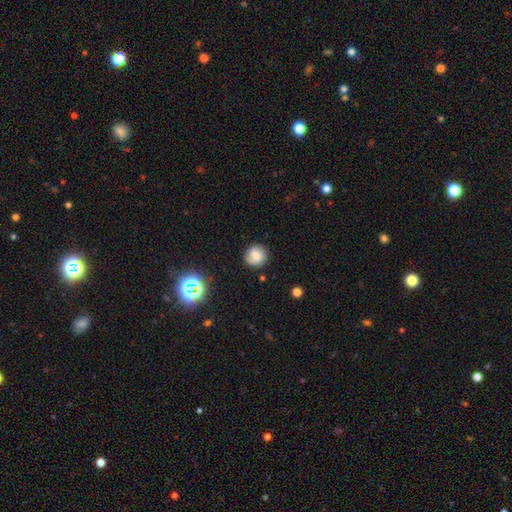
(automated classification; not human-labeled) Q: Smooth or featured?
A: smooth (72%); runner-up: featured or disk (17%)
Q: How rounded?
A: round (91%); runner-up: in between (8%)
Q: Merging?
A: none (84%); runner-up: minor disturbance (11%)